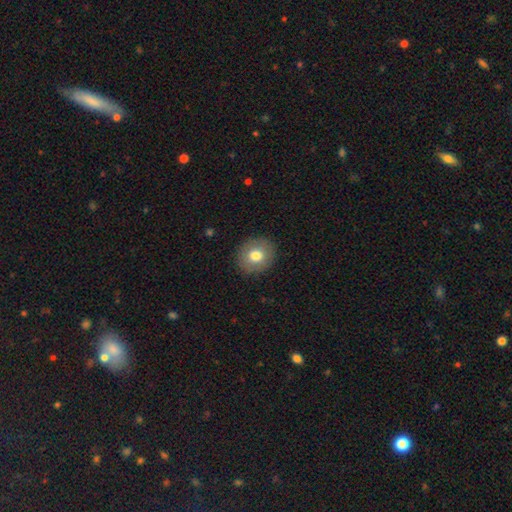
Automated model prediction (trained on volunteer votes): Smooth or featured: smooth — 76% (featured or disk — 15%)
How rounded: round — 81% (in between — 18%)
Merging: none — 90% (minor disturbance — 7%)